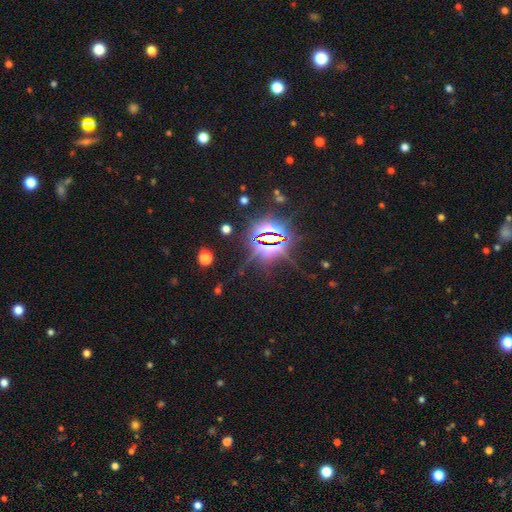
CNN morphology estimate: Overall: star or artifact (86%).